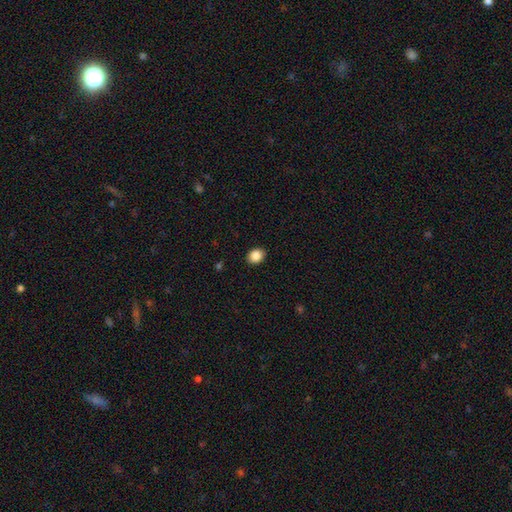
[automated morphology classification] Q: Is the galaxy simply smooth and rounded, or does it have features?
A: smooth — 87%.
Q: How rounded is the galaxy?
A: in between — 52%.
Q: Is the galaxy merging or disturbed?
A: none — 91%.